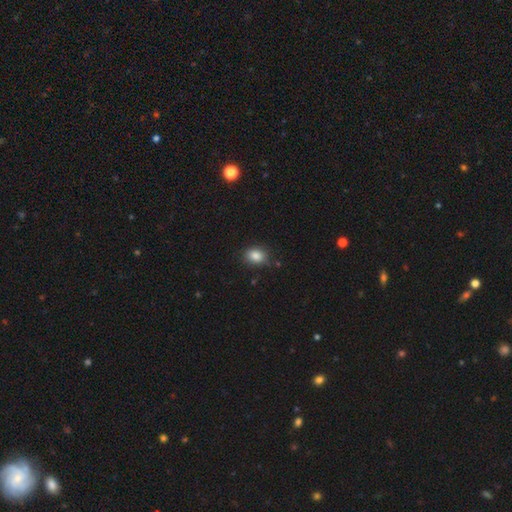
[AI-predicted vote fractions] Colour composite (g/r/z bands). It shows a smooth galaxy with no disk features (86%) that is in between round and cigar-shaped (63%). Merging: none (83%).